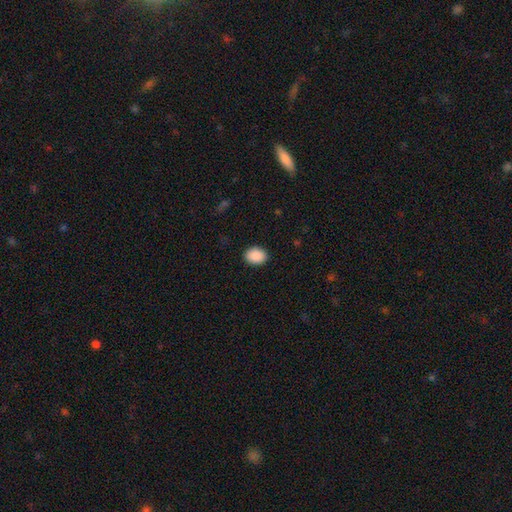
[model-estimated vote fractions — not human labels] Overall: smooth (90%). How rounded: in between (61%; round 38%). Merging: none (90%).